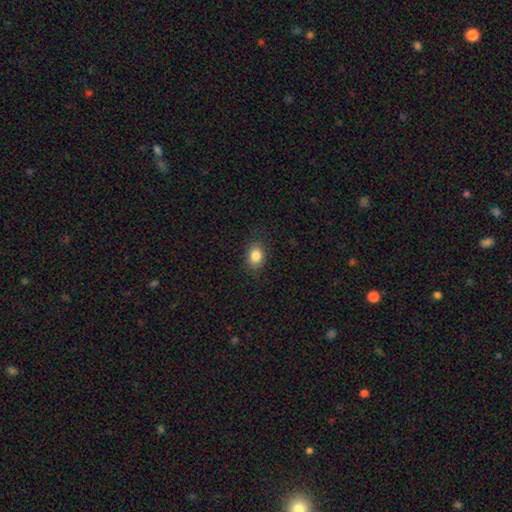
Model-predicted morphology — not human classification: smooth 85%, star or artifact 9%, featured or disk 5%. Down the decision tree: how rounded — in between (60%); merging — none (86%).